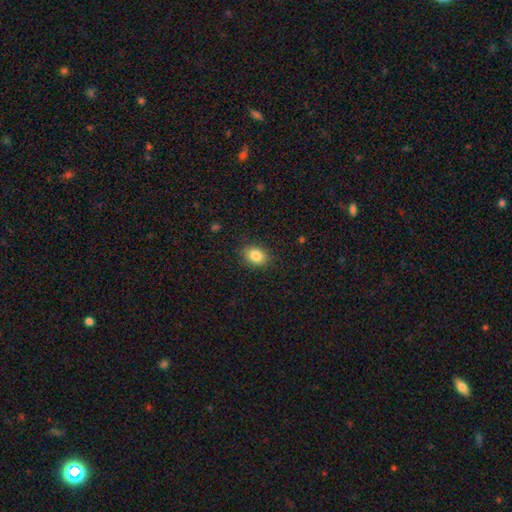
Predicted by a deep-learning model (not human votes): This appears to be a smooth galaxy with no disk features (86%) that is in between round and cigar-shaped (73%). Merging: none (87%).